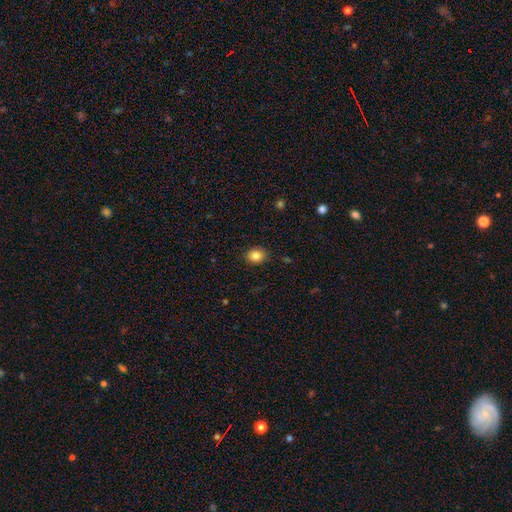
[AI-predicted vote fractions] Smooth or featured: smooth — 86% (star or artifact — 10%)
How rounded: in between — 50% (round — 49%)
Merging: none — 86% (minor disturbance — 10%)